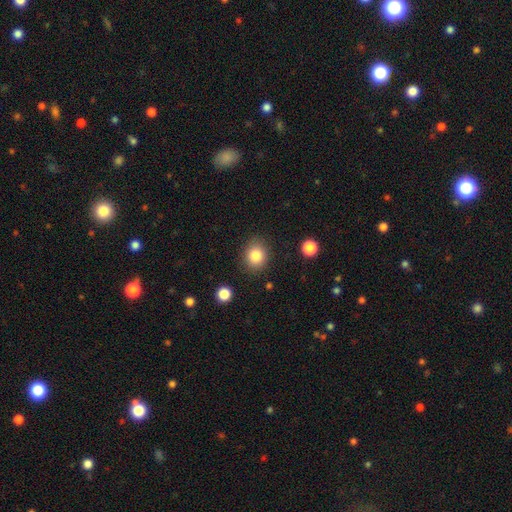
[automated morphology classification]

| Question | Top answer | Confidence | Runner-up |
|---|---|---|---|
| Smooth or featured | smooth | 84% | star or artifact (10%) |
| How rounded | round | 67% | in between (32%) |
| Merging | none | 86% | minor disturbance (10%) |